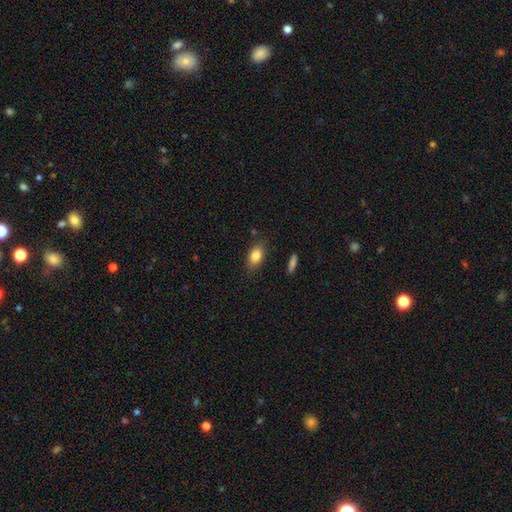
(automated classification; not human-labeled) Overall: smooth (83%). How rounded: in between (85%). Merging: none (81%).